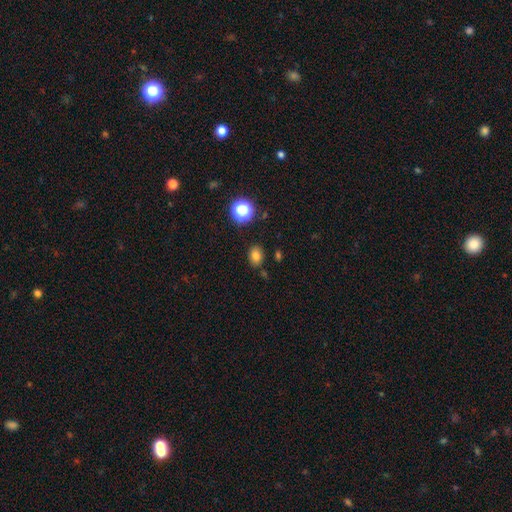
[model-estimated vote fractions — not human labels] Morphology: type=smooth (78%); roundness=in between (58%); merging=none (83%).